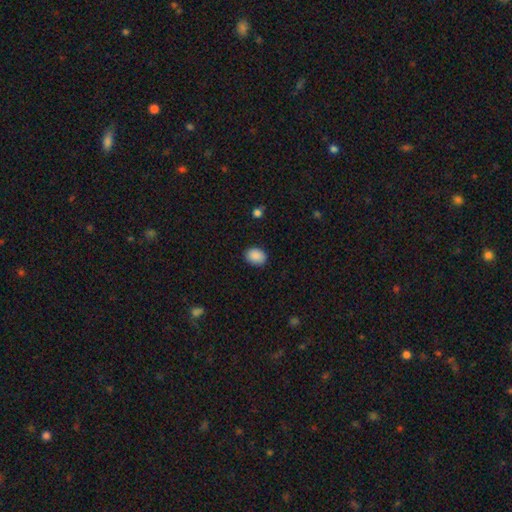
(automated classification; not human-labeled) A smooth galaxy with no disk features (89%) that is in between round and cigar-shaped (62%). Merging: none (88%).